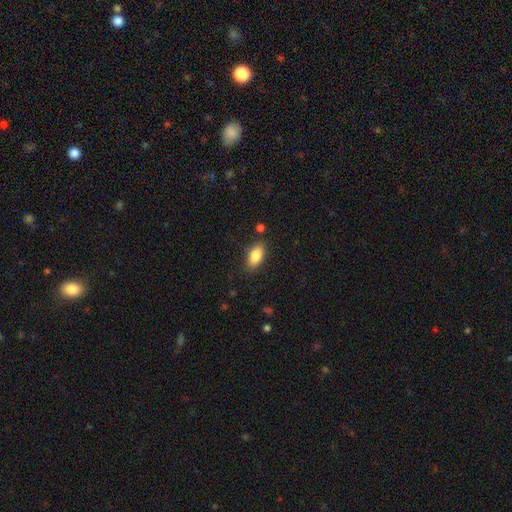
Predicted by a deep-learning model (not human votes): Smooth or featured? smooth (83%)
How rounded? in between (89%)
Merging? none (84%)